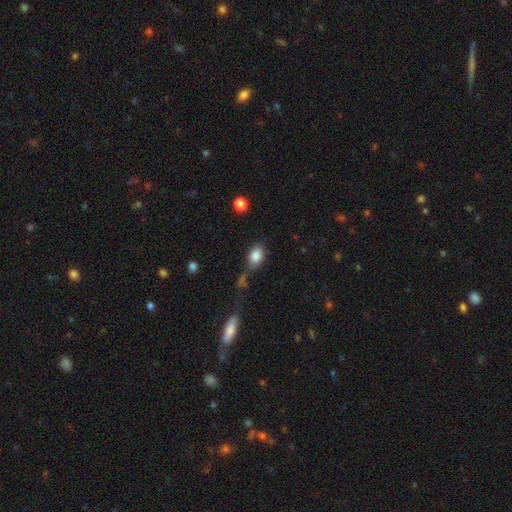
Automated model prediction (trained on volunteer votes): Q: Smooth or featured?
A: smooth (84%); runner-up: star or artifact (8%)
Q: How rounded?
A: in between (76%); runner-up: round (22%)
Q: Merging?
A: none (48%); runner-up: minor disturbance (21%)